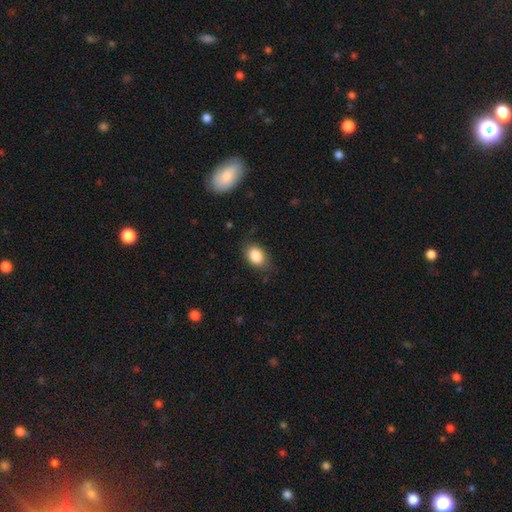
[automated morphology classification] Smooth or featured? Predicted: smooth (p=0.85). How rounded? Predicted: in between (p=0.76). Merging? Predicted: none (p=0.75).